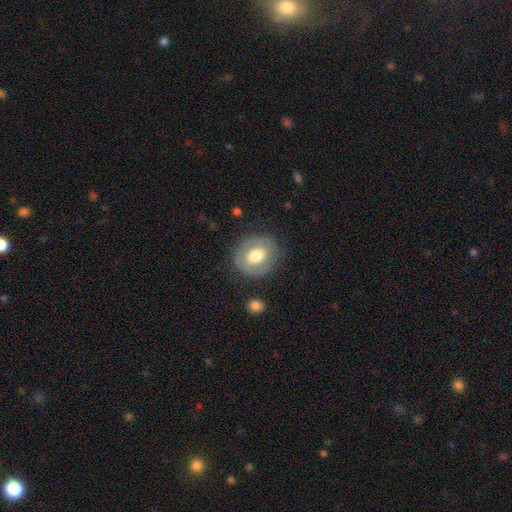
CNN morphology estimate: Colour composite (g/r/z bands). It shows a smooth galaxy with no disk features (56%) that is round (64%). Merging: none (78%).